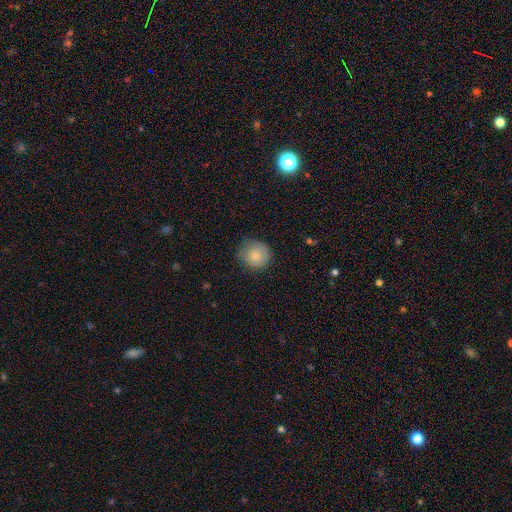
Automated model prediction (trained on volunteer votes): Smooth or featured?
  - smooth: 80% *
  - featured or disk: 12%
  - star or artifact: 8%
How rounded?
  - round: 89% *
  - in between: 10%
  - cigar-shaped: 1%
Merging?
  - none: 73% *
  - minor disturbance: 22%
  - major disturbance: 4%
  - merger: 1%